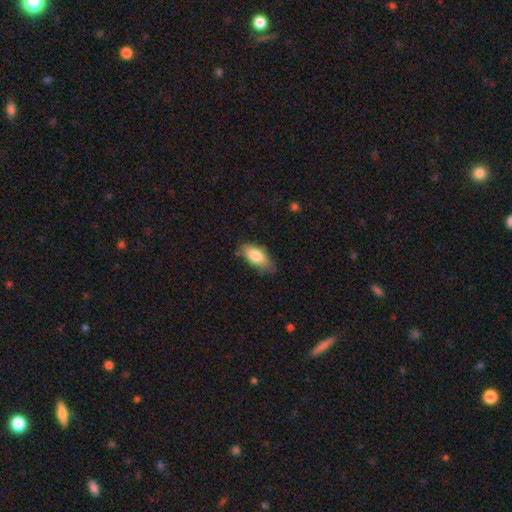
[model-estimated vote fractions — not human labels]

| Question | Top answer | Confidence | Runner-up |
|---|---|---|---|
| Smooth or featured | smooth | 79% | featured or disk (14%) |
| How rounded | in between | 86% | cigar-shaped (11%) |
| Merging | none | 64% | minor disturbance (28%) |